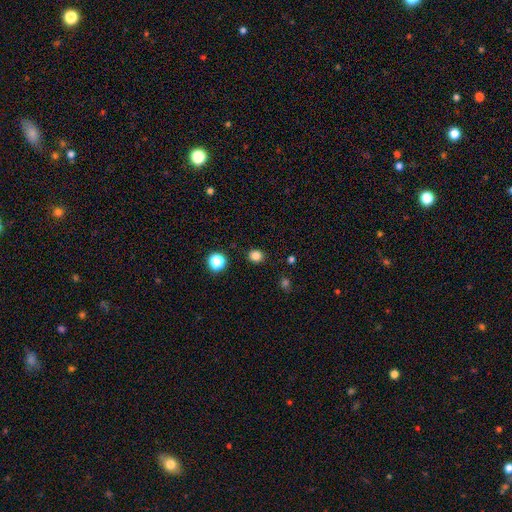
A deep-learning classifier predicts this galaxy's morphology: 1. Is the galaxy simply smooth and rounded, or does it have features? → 83% smooth, 14% star or artifact, 4% featured or disk.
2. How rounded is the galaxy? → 80% round, 19% in between, 1% cigar-shaped.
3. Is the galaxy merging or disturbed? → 90% none, 6% minor disturbance, 2% major disturbance, 2% merger.